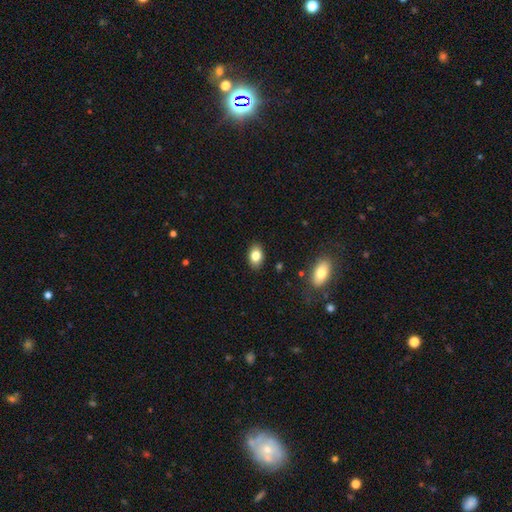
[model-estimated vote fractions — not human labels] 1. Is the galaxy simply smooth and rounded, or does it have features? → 82% smooth, 9% featured or disk, 8% star or artifact.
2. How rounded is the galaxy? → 84% in between, 15% round, 1% cigar-shaped.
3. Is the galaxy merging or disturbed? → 88% none, 9% minor disturbance, 2% major disturbance, 1% merger.